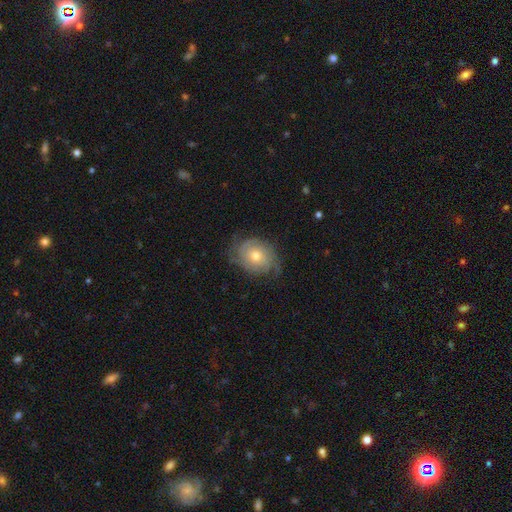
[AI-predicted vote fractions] A featured or disk galaxy (75%) with no bar (81%), 2 (32%) tight (60%) spiral arms (92%) and a moderate central bulge (61%). Merging: none (70%).